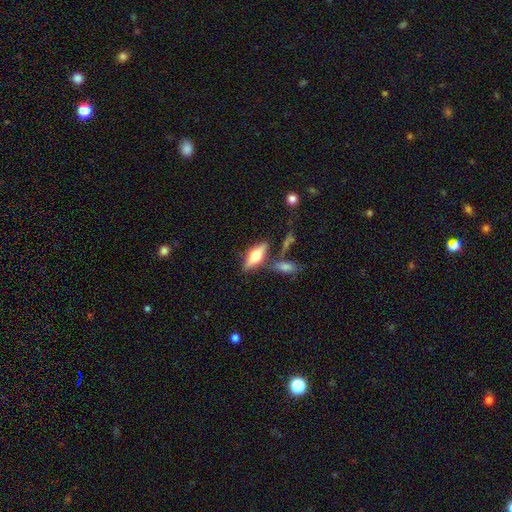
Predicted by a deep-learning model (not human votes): Smooth or featured: smooth — 50% (featured or disk — 42%)
How rounded: in between — 61% (cigar-shaped — 35%)
Merging: none — 65% (merger — 16%)